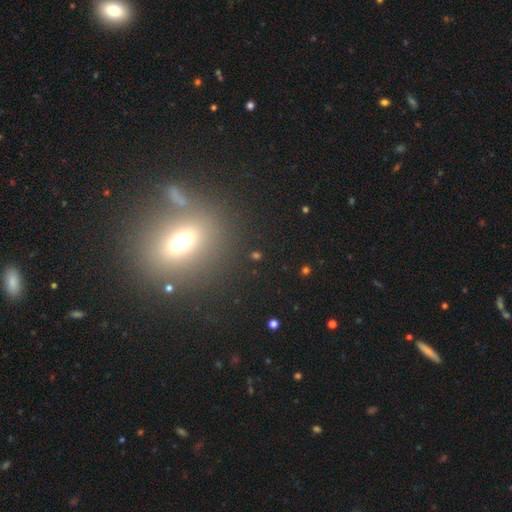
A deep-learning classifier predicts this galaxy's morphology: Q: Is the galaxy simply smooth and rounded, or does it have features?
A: smooth — 49%.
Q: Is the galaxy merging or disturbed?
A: none — 79%.